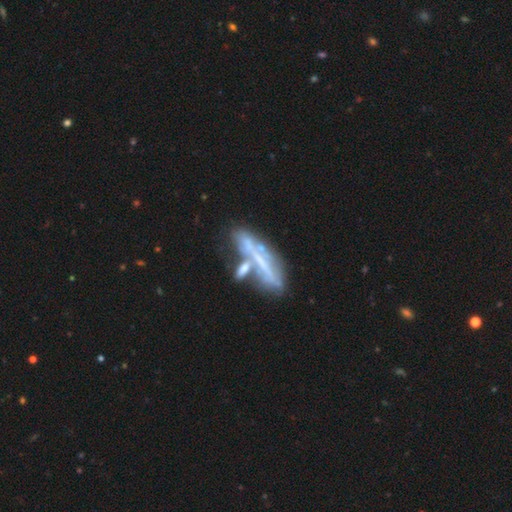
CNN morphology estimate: type=featured or disk (57%); edge-on=yes (51%); merging=merger (37%).